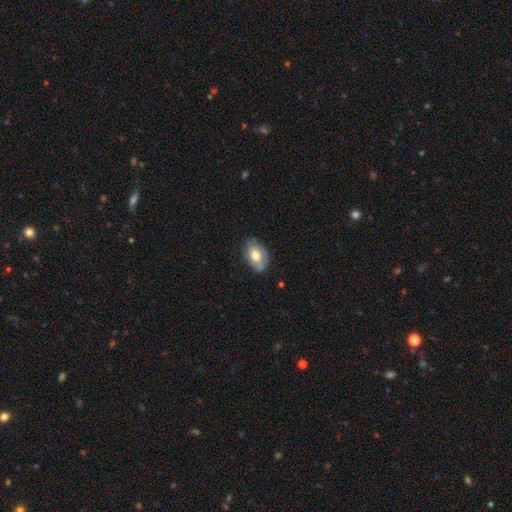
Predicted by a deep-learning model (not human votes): Smooth or featured: smooth — 69% (featured or disk — 24%)
How rounded: in between — 89% (round — 9%)
Merging: none — 73% (minor disturbance — 22%)